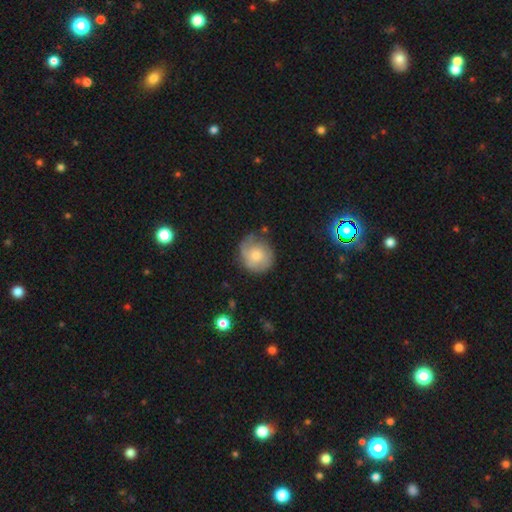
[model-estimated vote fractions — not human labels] This appears to be a smooth galaxy with no disk features (62%) that is round (84%). Merging: none (59%).